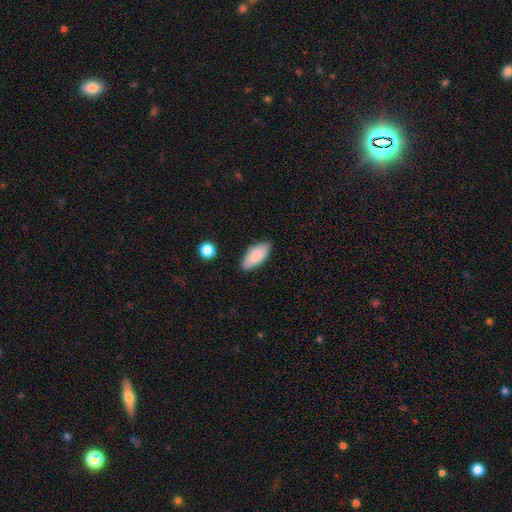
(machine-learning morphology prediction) smooth_or_featured: smooth (p=0.88) [alt: featured or disk p=0.06]
how_rounded: in between (p=0.88) [alt: cigar-shaped p=0.10]
merging: none (p=0.82) [alt: minor disturbance p=0.14]